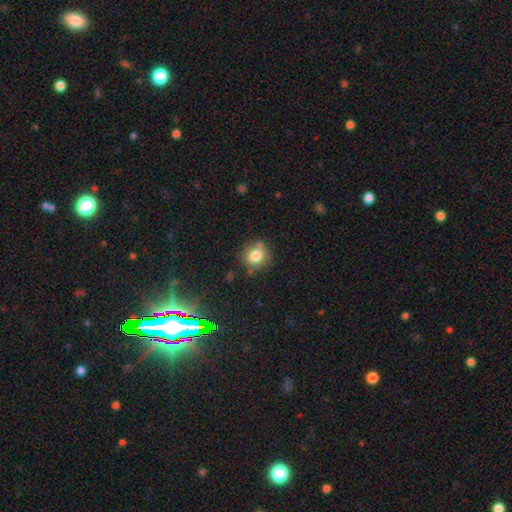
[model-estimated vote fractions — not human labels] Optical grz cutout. It shows a smooth galaxy with no disk features (79%) that is round (80%). Merging: none (72%).